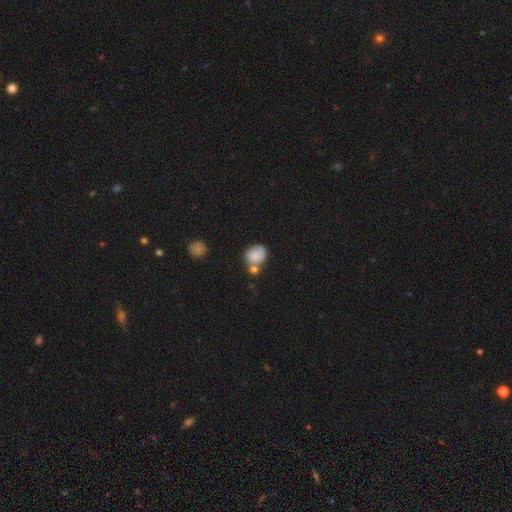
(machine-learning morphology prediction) Smooth or featured: smooth — 75% (featured or disk — 16%)
How rounded: round — 58% (in between — 40%)
Merging: none — 42% (merger — 32%)